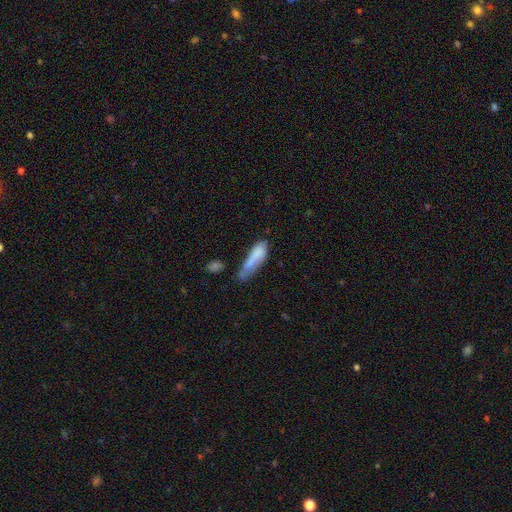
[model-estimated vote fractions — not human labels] Smooth or featured: smooth — 75% (featured or disk — 17%)
How rounded: cigar-shaped — 60% (in between — 38%)
Merging: minor disturbance — 32% (none — 31%)